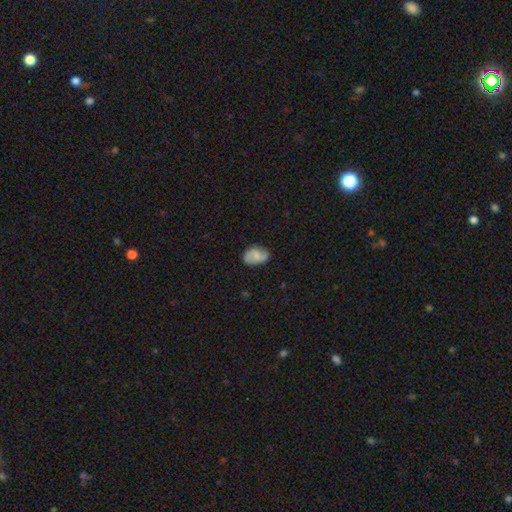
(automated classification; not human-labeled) Overall: smooth (58%; featured or disk 34%). How rounded: in between (88%). Merging: none (77%).